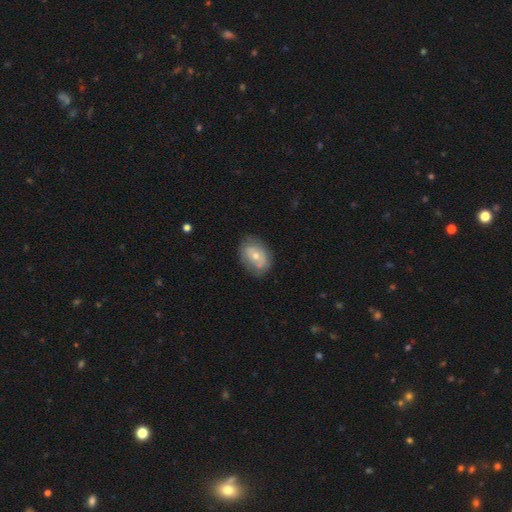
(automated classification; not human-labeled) Smooth or featured?
  - smooth: 53% *
  - featured or disk: 40%
  - star or artifact: 7%
How rounded?
  - in between: 78% *
  - round: 21%
  - cigar-shaped: 1%
Merging?
  - none: 71% *
  - minor disturbance: 21%
  - major disturbance: 6%
  - merger: 2%